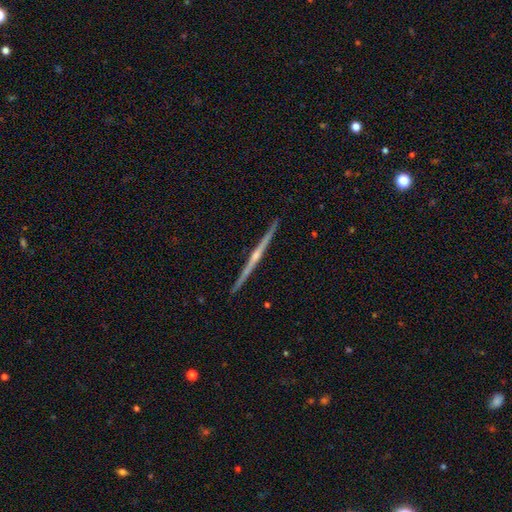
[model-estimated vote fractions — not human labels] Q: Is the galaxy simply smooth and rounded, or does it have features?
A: featured or disk — 82%.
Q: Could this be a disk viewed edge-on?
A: yes — 98%.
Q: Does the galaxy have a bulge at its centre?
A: rounded — 71%.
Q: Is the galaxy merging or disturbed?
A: none — 91%.